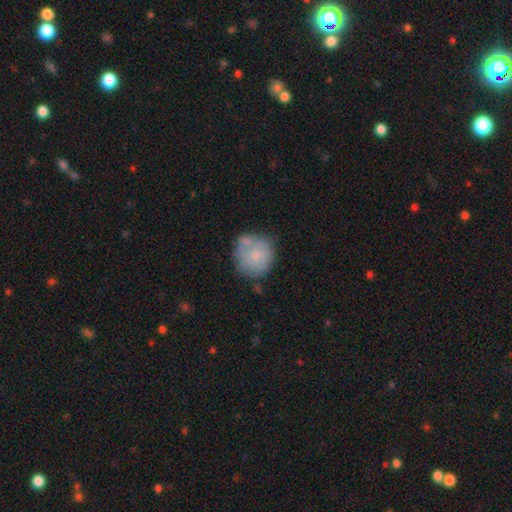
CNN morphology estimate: Q: Smooth or featured?
A: smooth (63%); runner-up: featured or disk (30%)
Q: How rounded?
A: round (88%); runner-up: in between (11%)
Q: Merging?
A: none (57%); runner-up: minor disturbance (24%)